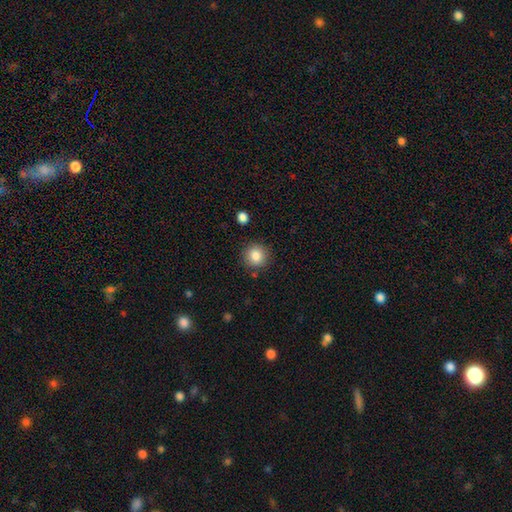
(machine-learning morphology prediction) smooth_or_featured: smooth (p=0.86) [alt: star or artifact p=0.09]
how_rounded: round (p=0.93) [alt: in between p=0.06]
merging: none (p=0.88) [alt: minor disturbance p=0.08]